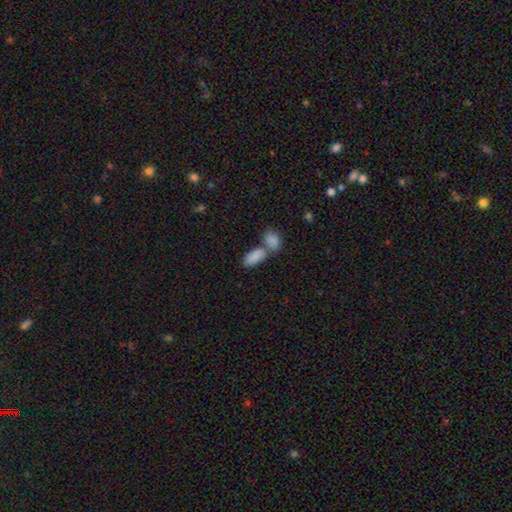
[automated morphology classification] Q: Smooth or featured?
A: smooth (86%); runner-up: star or artifact (7%)
Q: How rounded?
A: in between (92%); runner-up: cigar-shaped (5%)
Q: Merging?
A: merger (54%); runner-up: none (34%)